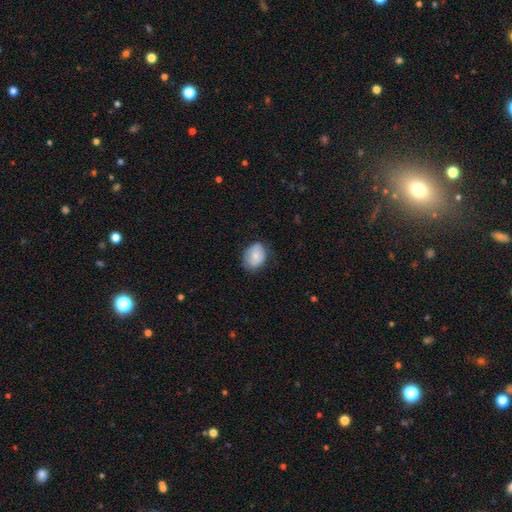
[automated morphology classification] smooth 71%, featured or disk 22%, star or artifact 7%. Down the decision tree: how rounded — in between (64%); merging — none (66%).